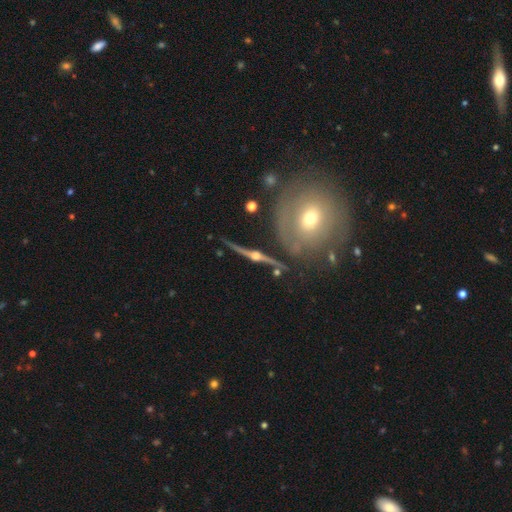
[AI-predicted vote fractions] This appears to be a featured or disk galaxy (87%) viewed edge-on (91%) with a rounded central bulge (95%). Merging: none (76%).